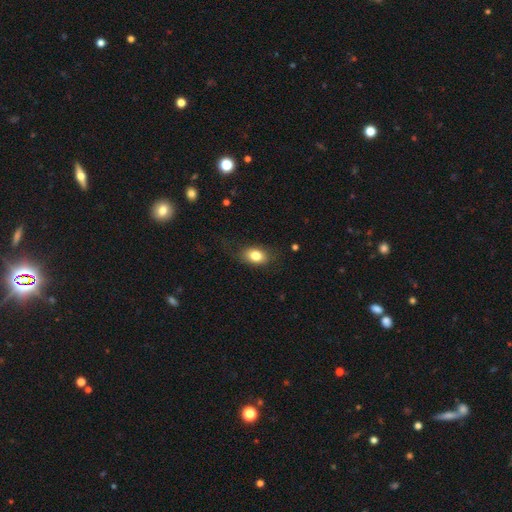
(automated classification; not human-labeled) A smooth galaxy with no disk features (81%) that is in between round and cigar-shaped (80%). Merging: none (73%).